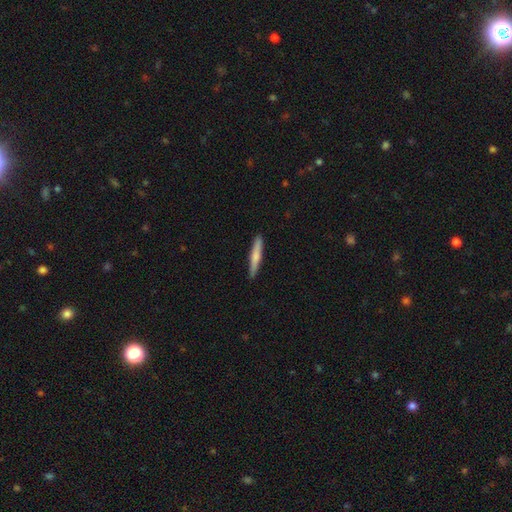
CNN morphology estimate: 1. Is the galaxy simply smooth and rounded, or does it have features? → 64% smooth, 31% featured or disk, 5% star or artifact.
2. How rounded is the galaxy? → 94% cigar-shaped, 5% in between, 1% round.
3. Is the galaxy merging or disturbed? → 89% none, 8% minor disturbance, 1% major disturbance, 1% merger.